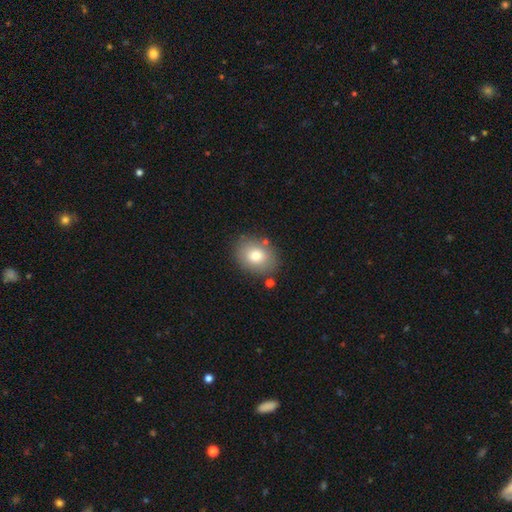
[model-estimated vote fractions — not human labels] smooth-or-featured: smooth: 78% | featured or disk: 13% | star or artifact: 9%
  how-rounded: in between: 56% | round: 43% | cigar-shaped: 1%
  merging: none: 81% | minor disturbance: 11% | merger: 4% | major disturbance: 3%